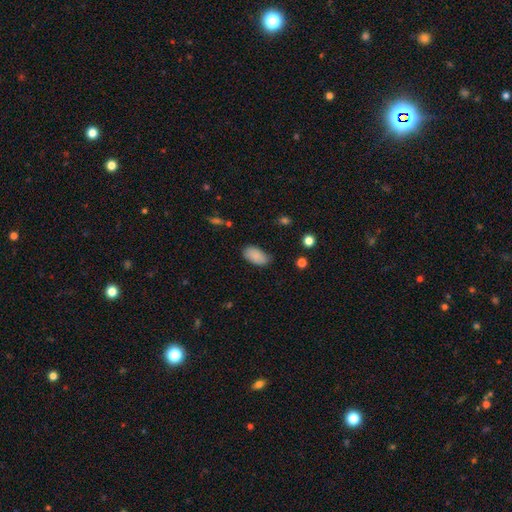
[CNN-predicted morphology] Smooth or featured? smooth (88%)
How rounded? in between (95%)
Merging? none (73%)